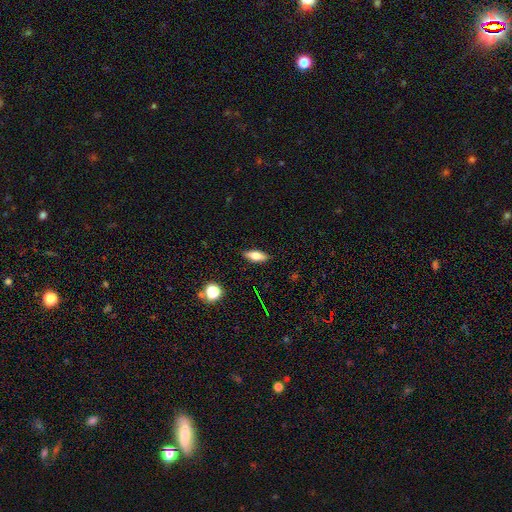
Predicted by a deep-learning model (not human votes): Smooth or featured?
  - smooth: 67% *
  - featured or disk: 24%
  - star or artifact: 9%
How rounded?
  - in between: 72% *
  - cigar-shaped: 24%
  - round: 4%
Merging?
  - none: 87% *
  - minor disturbance: 9%
  - major disturbance: 2%
  - merger: 1%